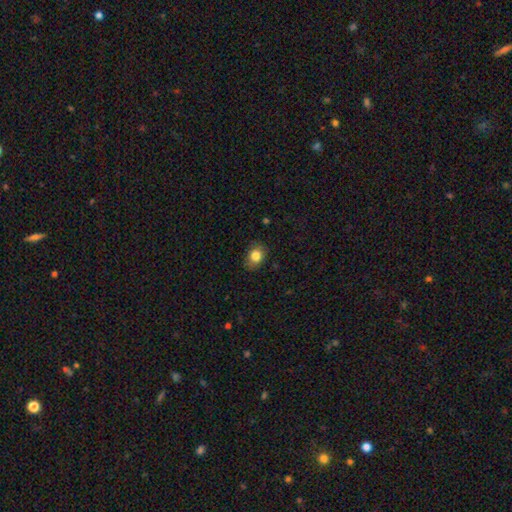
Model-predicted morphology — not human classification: smooth-or-featured: smooth: 82% | star or artifact: 10% | featured or disk: 8%
  how-rounded: in between: 52% | round: 47% | cigar-shaped: 1%
  merging: none: 79% | minor disturbance: 17% | major disturbance: 3% | merger: 1%